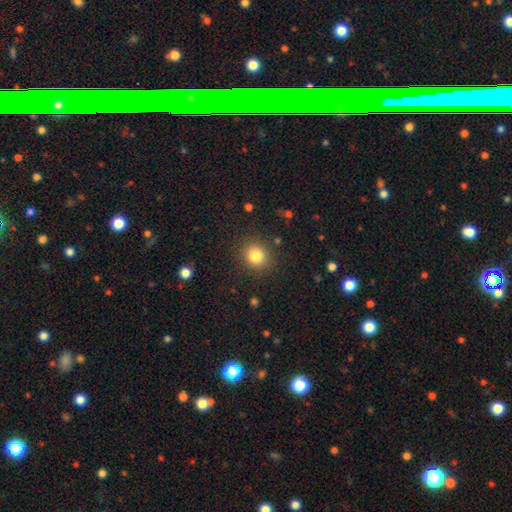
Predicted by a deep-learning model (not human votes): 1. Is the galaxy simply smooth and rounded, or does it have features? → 82% smooth, 12% star or artifact, 6% featured or disk.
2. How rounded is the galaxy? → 84% round, 16% in between, 1% cigar-shaped.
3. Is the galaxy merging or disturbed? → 87% none, 8% minor disturbance, 3% major disturbance, 1% merger.